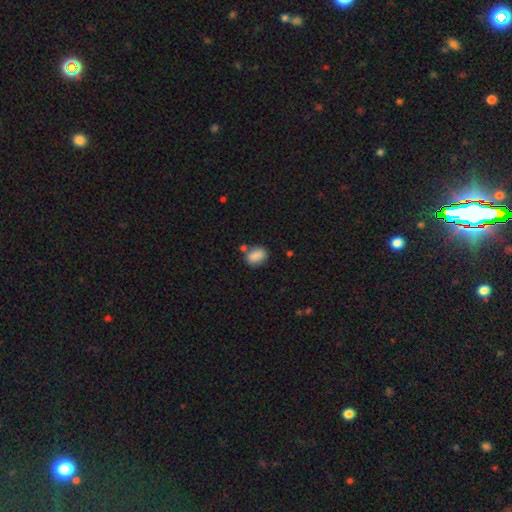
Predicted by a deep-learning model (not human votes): smooth_or_featured: smooth (p=0.87) [alt: star or artifact p=0.08]
how_rounded: in between (p=0.75) [alt: round p=0.23]
merging: none (p=0.68) [alt: minor disturbance p=0.16]